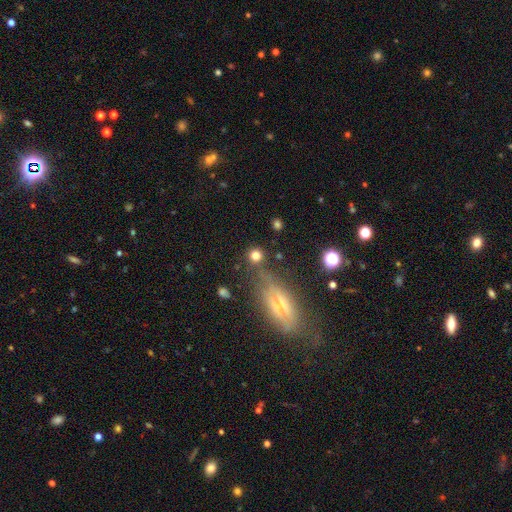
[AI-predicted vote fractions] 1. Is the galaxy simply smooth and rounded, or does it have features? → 72% smooth, 16% star or artifact, 12% featured or disk.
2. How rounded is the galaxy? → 89% round, 8% in between, 3% cigar-shaped.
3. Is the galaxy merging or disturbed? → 74% none, 11% minor disturbance, 8% merger, 6% major disturbance.